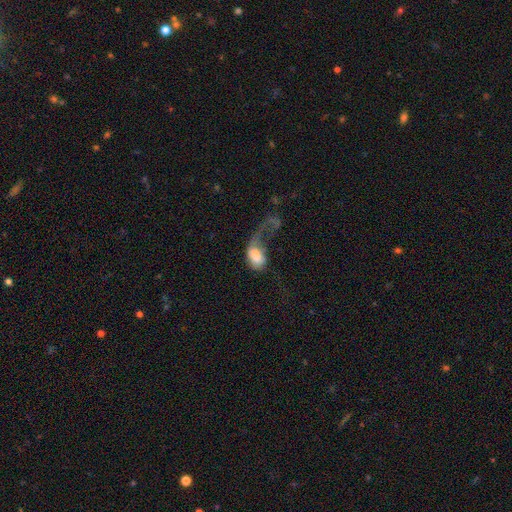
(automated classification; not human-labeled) Smooth or featured? smooth (61%)
How rounded? in between (82%)
Merging? major disturbance (68%)